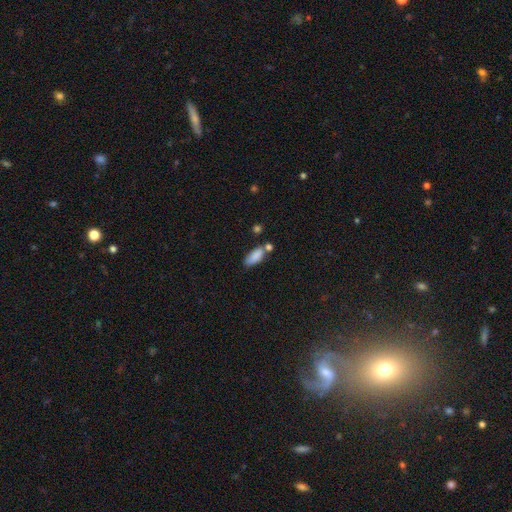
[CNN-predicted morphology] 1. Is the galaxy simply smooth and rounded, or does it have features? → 85% smooth, 8% star or artifact, 8% featured or disk.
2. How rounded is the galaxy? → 82% in between, 16% cigar-shaped, 3% round.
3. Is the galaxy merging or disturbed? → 54% none, 22% merger, 18% minor disturbance, 6% major disturbance.